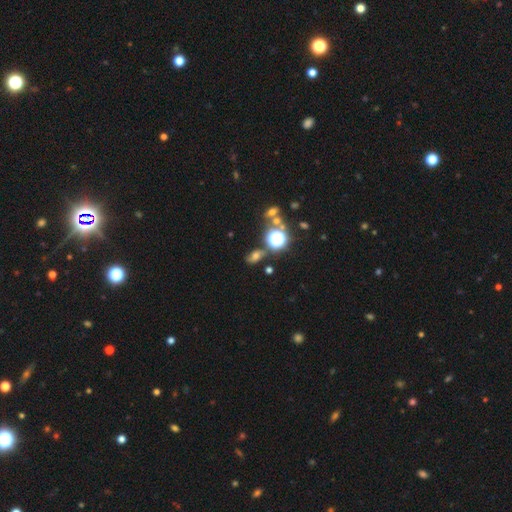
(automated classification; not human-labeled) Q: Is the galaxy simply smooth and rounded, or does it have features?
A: smooth — 47%.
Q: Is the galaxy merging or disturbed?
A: none — 67%.